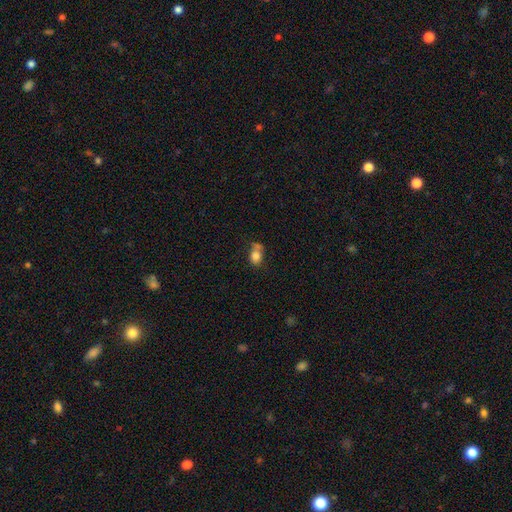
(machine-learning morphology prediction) smooth-or-featured: smooth: 79% | featured or disk: 11% | star or artifact: 10%
  how-rounded: in between: 67% | round: 32% | cigar-shaped: 2%
  merging: none: 42% | minor disturbance: 30% | major disturbance: 15% | merger: 13%